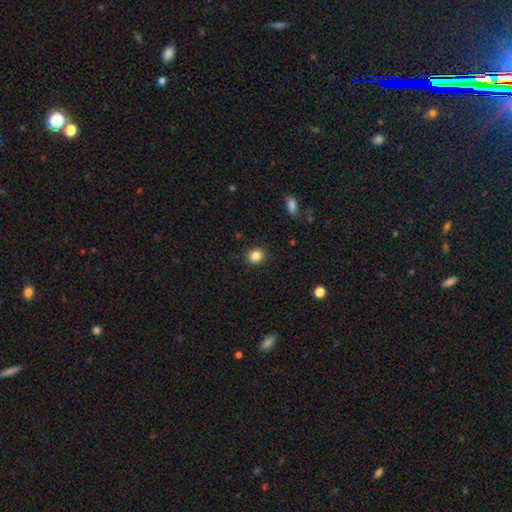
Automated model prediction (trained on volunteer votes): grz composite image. It shows a smooth galaxy with no disk features (85%) that is round (82%). Merging: none (91%).